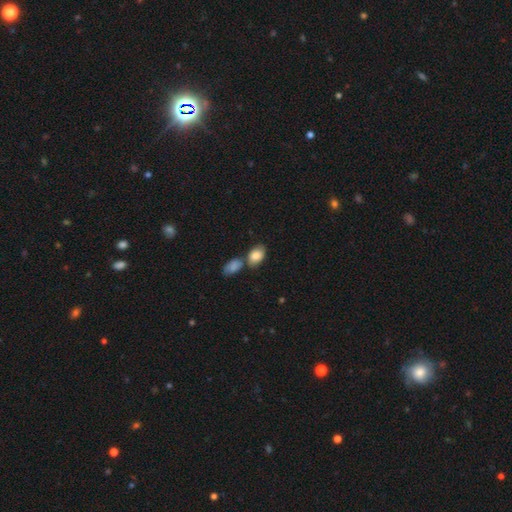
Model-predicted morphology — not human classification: Smooth or featured: smooth — 85% (featured or disk — 9%)
How rounded: in between — 88% (round — 10%)
Merging: none — 45% (merger — 36%)